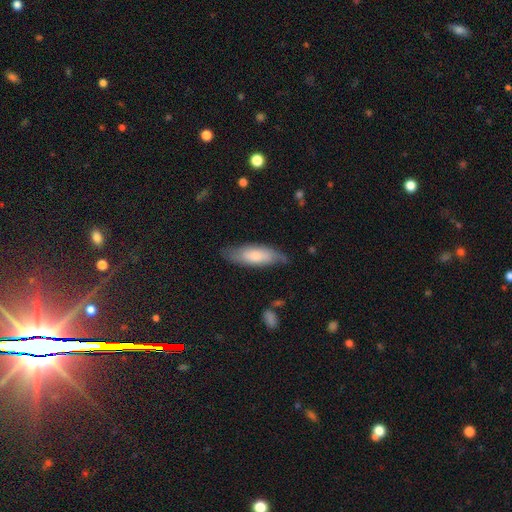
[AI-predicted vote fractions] This is likely a smooth galaxy (64%). How rounded: likely in between (61%). Merging: likely none (71%).